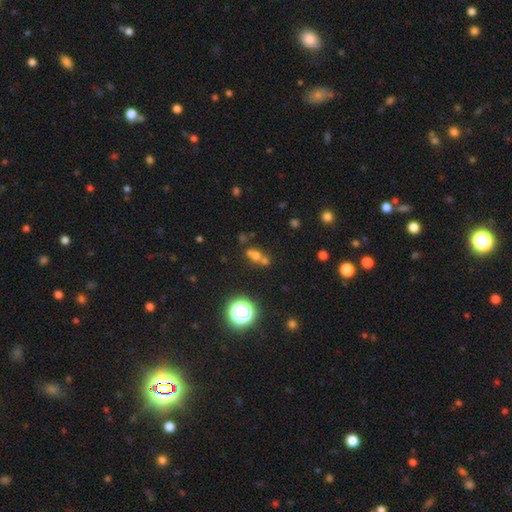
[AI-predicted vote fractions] Smooth or featured?
  - smooth: 55% *
  - star or artifact: 26%
  - featured or disk: 20%
How rounded?
  - round: 52% *
  - in between: 41%
  - cigar-shaped: 7%
Merging?
  - merger: 45% *
  - none: 39%
  - minor disturbance: 10%
  - major disturbance: 6%